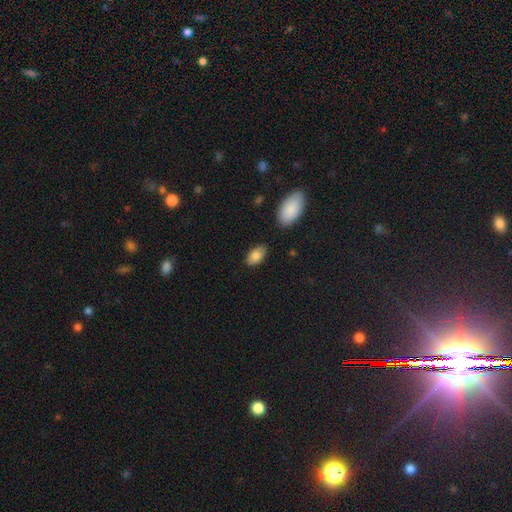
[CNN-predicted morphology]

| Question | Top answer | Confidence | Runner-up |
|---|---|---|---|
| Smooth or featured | smooth | 82% | featured or disk (11%) |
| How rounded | in between | 93% | round (4%) |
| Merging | none | 78% | minor disturbance (16%) |